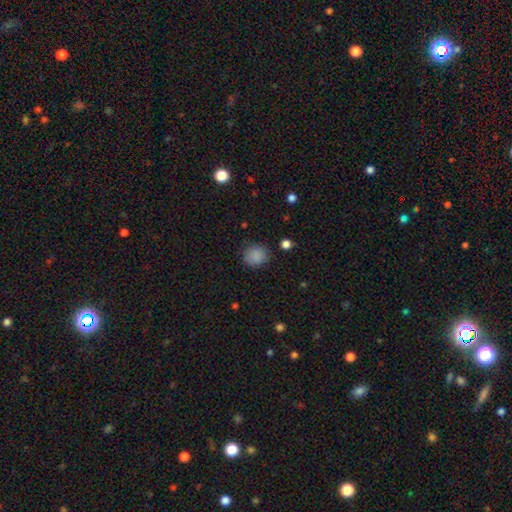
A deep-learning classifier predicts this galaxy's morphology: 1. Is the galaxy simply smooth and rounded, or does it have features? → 86% smooth, 10% star or artifact, 4% featured or disk.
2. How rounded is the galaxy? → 81% round, 18% in between, 1% cigar-shaped.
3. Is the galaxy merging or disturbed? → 83% none, 12% minor disturbance, 3% major disturbance, 1% merger.